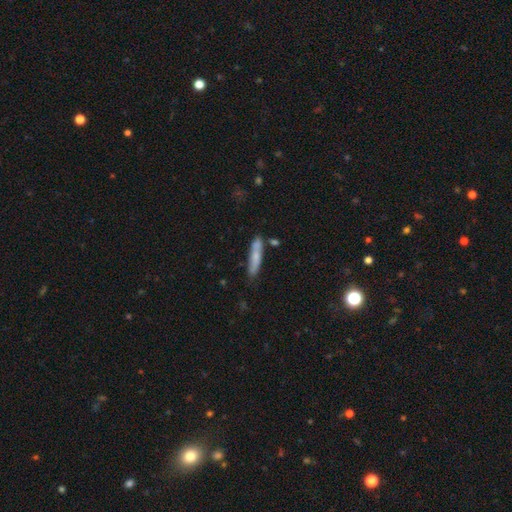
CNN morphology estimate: This appears to be a smooth galaxy with no disk features (68%) that is cigar-shaped (86%). Merging: none (73%).